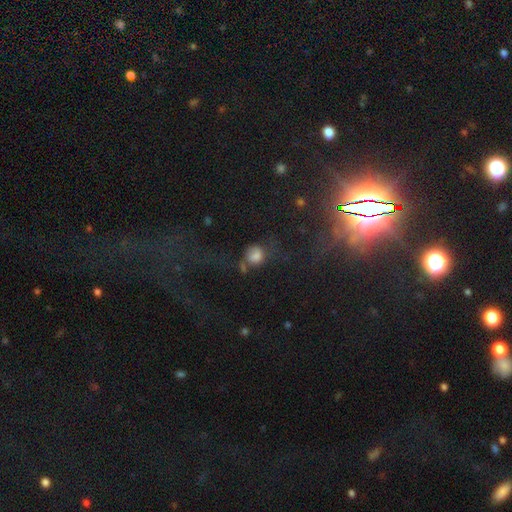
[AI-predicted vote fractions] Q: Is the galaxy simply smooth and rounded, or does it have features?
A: smooth — 71%.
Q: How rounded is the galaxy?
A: round — 70%.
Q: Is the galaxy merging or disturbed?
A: none — 39%.